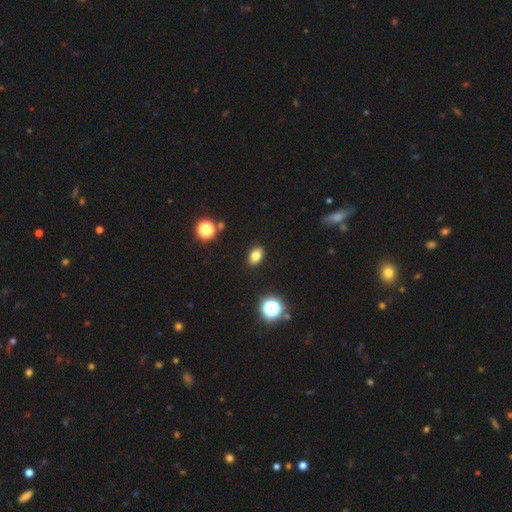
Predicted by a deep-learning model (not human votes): Smooth or featured?
  - smooth: 79% *
  - star or artifact: 13%
  - featured or disk: 7%
How rounded?
  - in between: 80% *
  - round: 19%
  - cigar-shaped: 1%
Merging?
  - none: 89% *
  - minor disturbance: 7%
  - major disturbance: 2%
  - merger: 1%